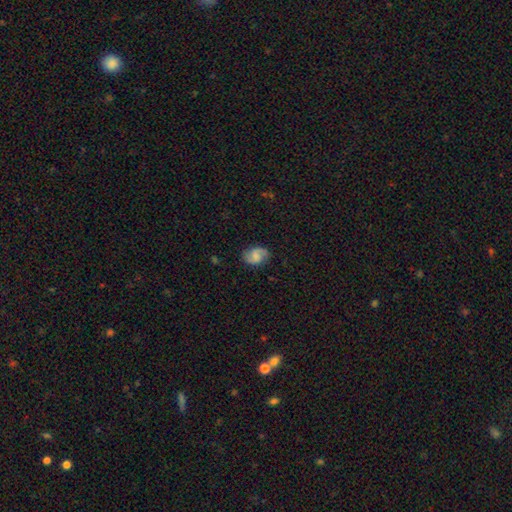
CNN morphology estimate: A featured or disk galaxy (60%) with a weak bar (50%), 2 (89%) medium (45%) spiral arms (93%) and a small central bulge (34%). Merging: none (81%).